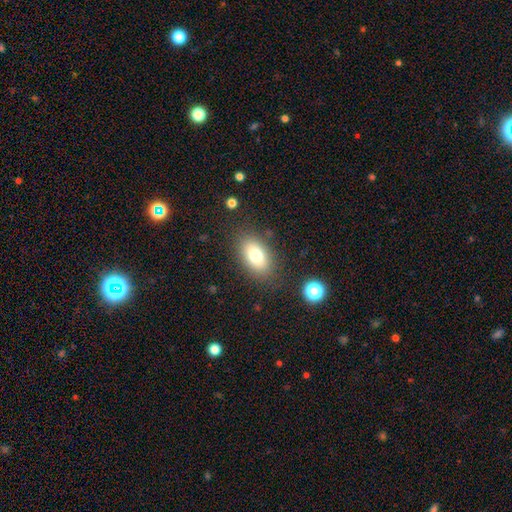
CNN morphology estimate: This is likely a smooth galaxy (75%). How rounded: clearly in between (88%). Merging: clearly none (82%).